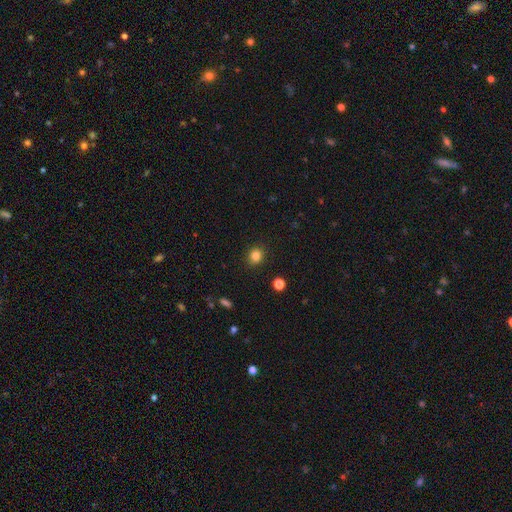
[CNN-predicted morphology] type=smooth (83%); roundness=round (75%); merging=none (90%).